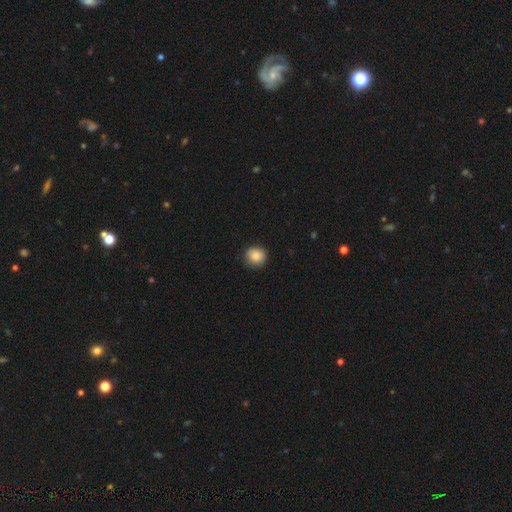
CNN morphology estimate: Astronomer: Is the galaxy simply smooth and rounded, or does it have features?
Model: smooth — 86%.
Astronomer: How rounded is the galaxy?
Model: round — 86%.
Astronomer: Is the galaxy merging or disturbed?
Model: none — 88%.